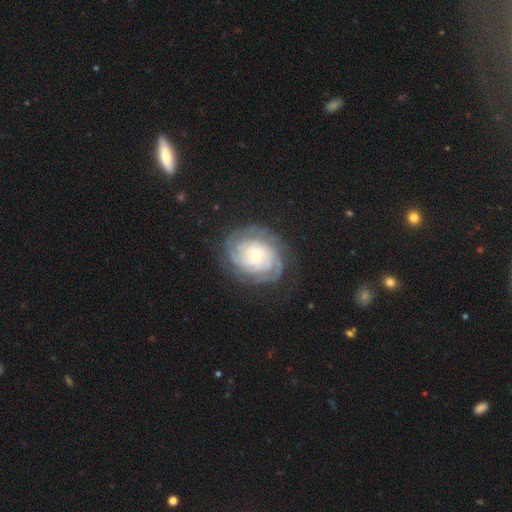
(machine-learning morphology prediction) A featured or disk galaxy (84%) with no bar (75%), tight (75%) spiral arms (96%) and a small central bulge (60%). Merging: none (77%).